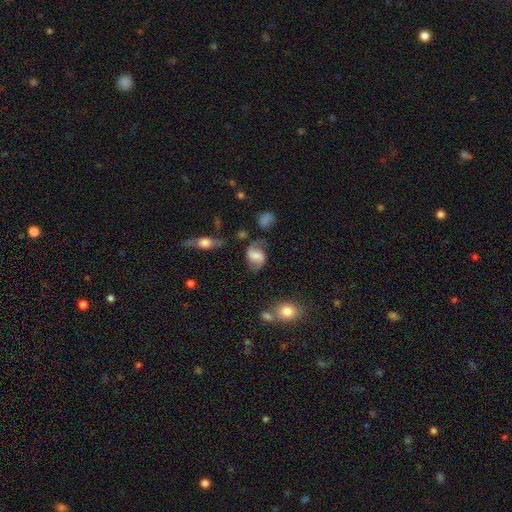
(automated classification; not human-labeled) Morphology: type=featured or disk (62%); edge-on=no (96%); bar=weak (45%); spiral arms=yes (88%); winding=loose (52%); arm count=2 (90%); bulge=moderate (34%); merging=none (63%).